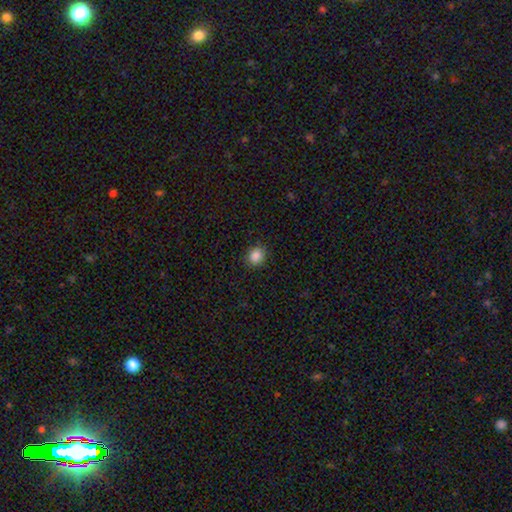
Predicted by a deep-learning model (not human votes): A smooth galaxy with no disk features (86%) that is round (75%). Merging: none (89%).